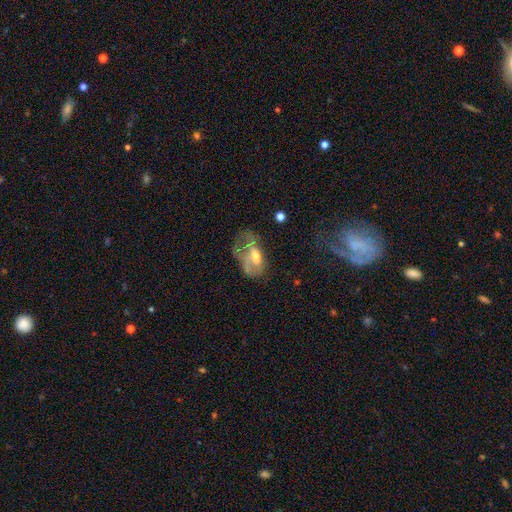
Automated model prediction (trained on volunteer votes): Smooth or featured: featured or disk — 50% (smooth — 41%)
Merging: major disturbance — 52% (minor disturbance — 22%)